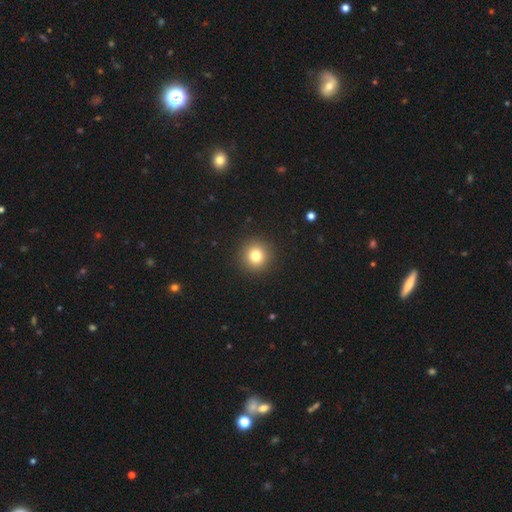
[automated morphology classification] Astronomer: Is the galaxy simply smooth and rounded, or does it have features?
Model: smooth — 78%.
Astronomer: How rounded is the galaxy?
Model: round — 95%.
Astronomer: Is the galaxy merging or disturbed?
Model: none — 92%.